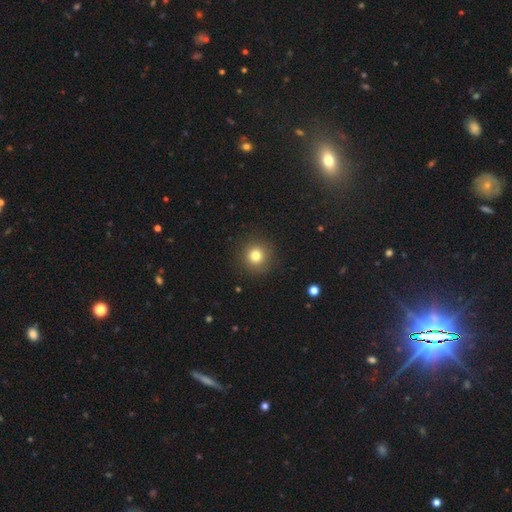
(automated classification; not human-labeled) Q: Smooth or featured?
A: smooth (80%); runner-up: star or artifact (13%)
Q: How rounded?
A: round (94%); runner-up: in between (5%)
Q: Merging?
A: none (90%); runner-up: minor disturbance (6%)